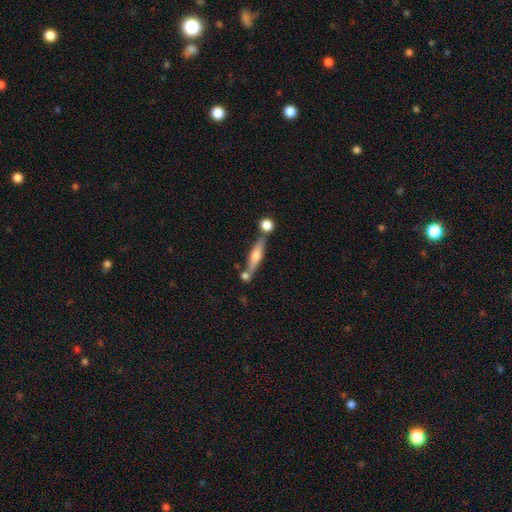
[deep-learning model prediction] Smooth or featured? Predicted: featured or disk (p=0.49). Merging? Predicted: none (p=0.65).